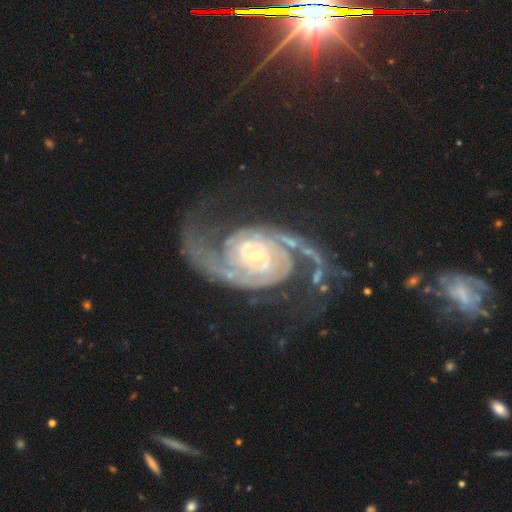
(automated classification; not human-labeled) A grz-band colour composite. It shows a featured or disk galaxy (91%) with no bar (56%), 2 (76%) medium (39%) spiral arms (97%) and a small central bulge (63%). Merging: none (48%).